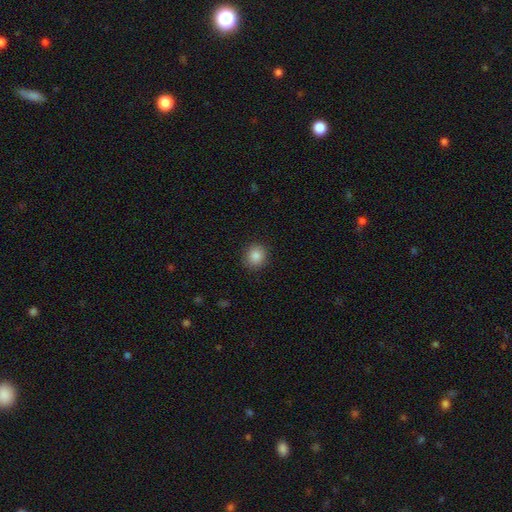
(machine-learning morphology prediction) This appears to be a smooth galaxy with no disk features (87%) that is round (79%). Merging: none (89%).